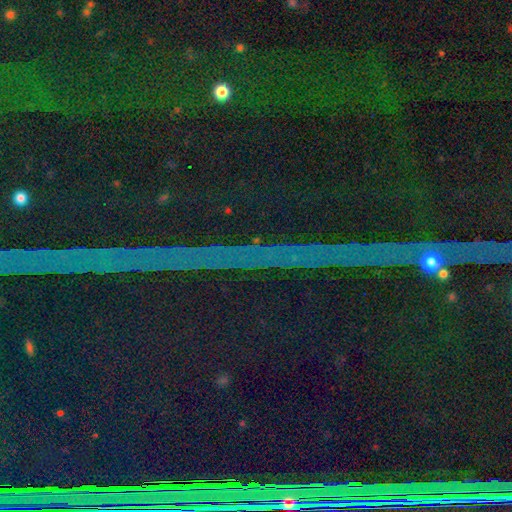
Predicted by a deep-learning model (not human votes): A star or artifact, not a galaxy (89%).